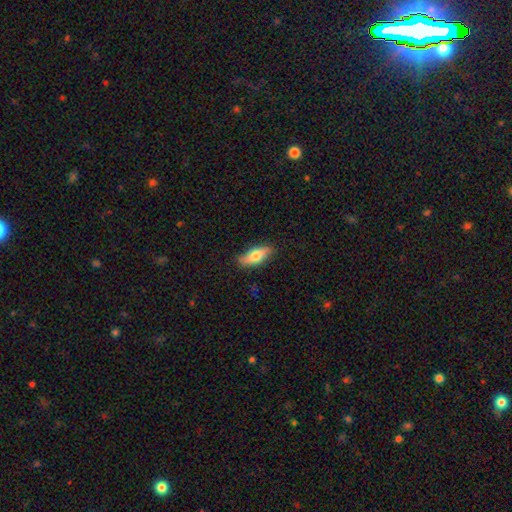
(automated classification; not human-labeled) This is likely a smooth galaxy (67%). How rounded: likely in between (69%). Merging: clearly none (81%).